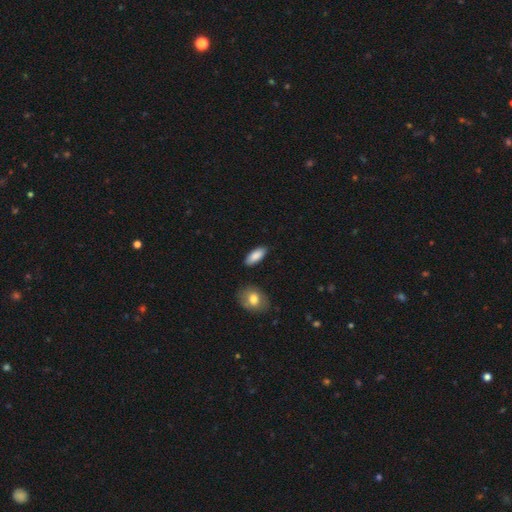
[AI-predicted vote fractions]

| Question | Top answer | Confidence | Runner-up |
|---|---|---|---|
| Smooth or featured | smooth | 87% | featured or disk (7%) |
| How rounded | in between | 85% | cigar-shaped (13%) |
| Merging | none | 86% | minor disturbance (10%) |